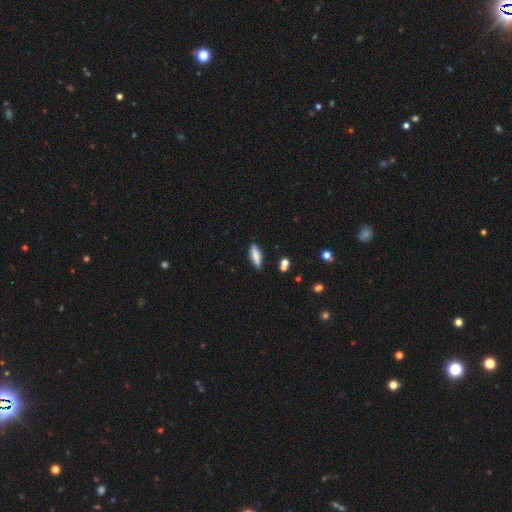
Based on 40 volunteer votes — This is possibly a smooth galaxy (57%). How rounded: likely cigar-shaped (78%). Merging: clearly none (84%).